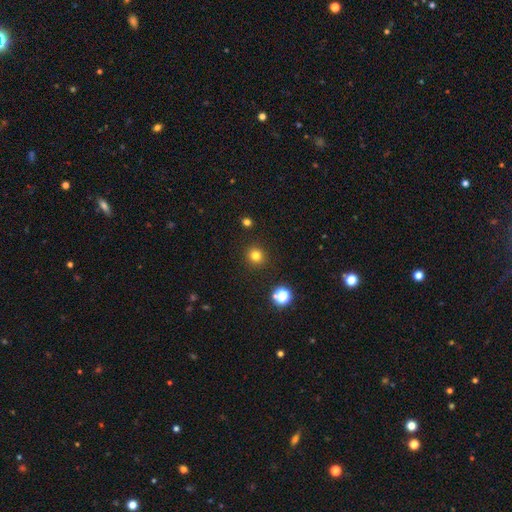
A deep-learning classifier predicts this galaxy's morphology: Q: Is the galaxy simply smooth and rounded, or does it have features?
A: smooth — 79%.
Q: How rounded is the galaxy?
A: round — 91%.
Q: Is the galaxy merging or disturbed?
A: none — 91%.